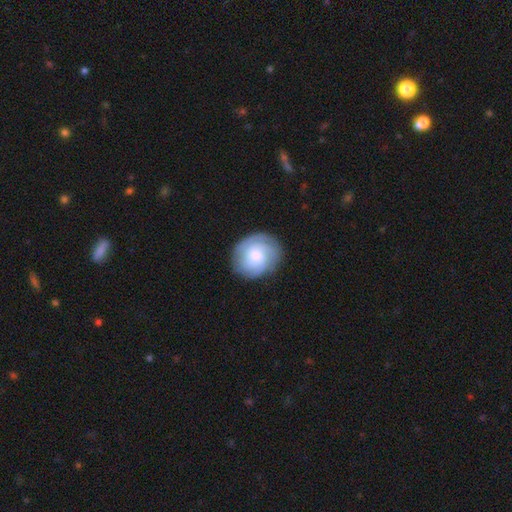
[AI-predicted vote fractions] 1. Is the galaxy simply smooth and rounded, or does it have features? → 68% featured or disk, 26% smooth, 7% star or artifact.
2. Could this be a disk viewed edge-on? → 98% no, 2% yes.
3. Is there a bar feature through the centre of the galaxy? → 73% no, 23% weak, 3% strong.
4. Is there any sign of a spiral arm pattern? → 95% yes, 5% no.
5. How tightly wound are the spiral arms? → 64% tight, 28% medium, 7% loose.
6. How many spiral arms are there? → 32% 3, 27% can't tell, 16% 4, 13% 2, 6% more than 4, 6% 1.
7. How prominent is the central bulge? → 42% small, 41% moderate, 11% large, 4% none, 2% dominant.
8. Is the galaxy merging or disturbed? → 82% none, 13% minor disturbance, 5% major disturbance, 1% merger.